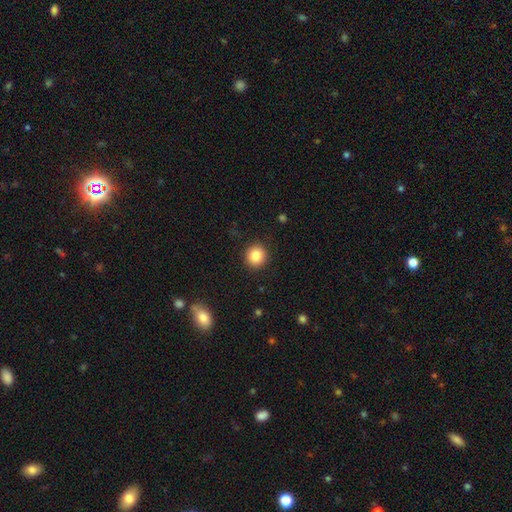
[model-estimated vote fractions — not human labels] Q: Smooth or featured?
A: smooth (84%); runner-up: star or artifact (9%)
Q: How rounded?
A: round (90%); runner-up: in between (9%)
Q: Merging?
A: none (91%); runner-up: minor disturbance (6%)